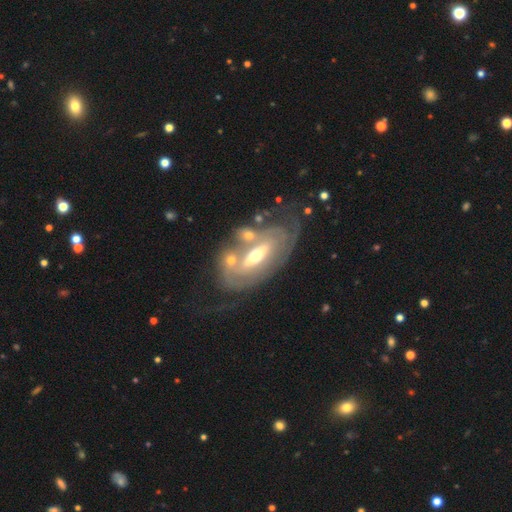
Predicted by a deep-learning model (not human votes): Q: Smooth or featured?
A: featured or disk (81%); runner-up: smooth (14%)
Q: Edge-on disk?
A: no (89%); runner-up: yes (11%)
Q: Bar?
A: strong (37%); runner-up: weak (32%)
Q: Spiral arms?
A: yes (73%); runner-up: no (27%)
Q: Spiral winding?
A: tight (66%); runner-up: medium (24%)
Q: Spiral arm count?
A: can't tell (45%); runner-up: 2 (37%)
Q: Bulge size?
A: moderate (65%); runner-up: small (27%)
Q: Merging?
A: none (50%); runner-up: minor disturbance (18%)